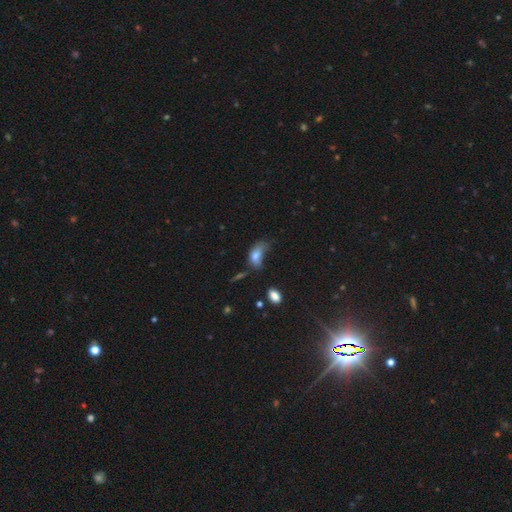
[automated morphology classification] Smooth or featured? Predicted: smooth (p=0.73). How rounded? Predicted: in between (p=0.86). Merging? Predicted: major disturbance (p=0.40).